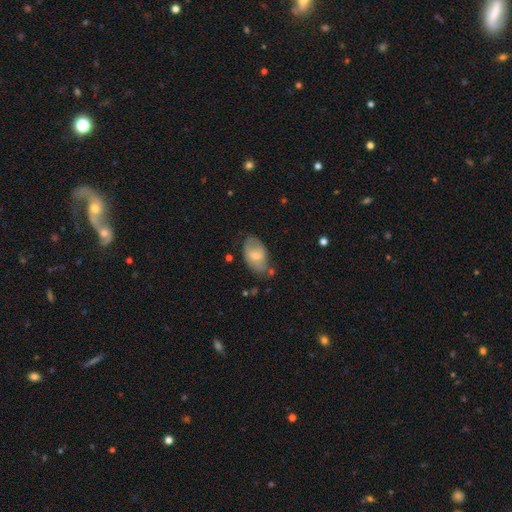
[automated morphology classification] Q: Smooth or featured?
A: smooth (60%); runner-up: featured or disk (33%)
Q: How rounded?
A: in between (91%); runner-up: round (8%)
Q: Merging?
A: none (54%); runner-up: minor disturbance (31%)